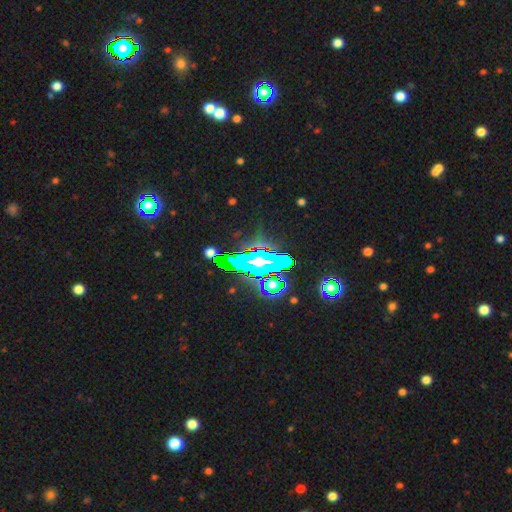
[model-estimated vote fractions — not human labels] A star or artifact, not a galaxy (63%).

Vote fractions:
- Smooth or featured? star or artifact: 63% / featured or disk: 23% / smooth: 14%